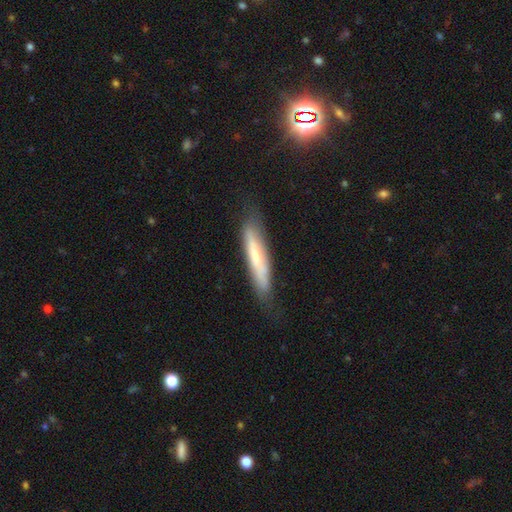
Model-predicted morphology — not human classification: A smooth galaxy with no disk features (52%) that is cigar-shaped (88%).

Vote fractions:
- Smooth or featured? smooth: 52% / featured or disk: 41% / star or artifact: 7%
- How rounded? cigar-shaped: 88% / in between: 11% / round: 1%
- Merging? none: 71% / minor disturbance: 21% / major disturbance: 6% / merger: 2%